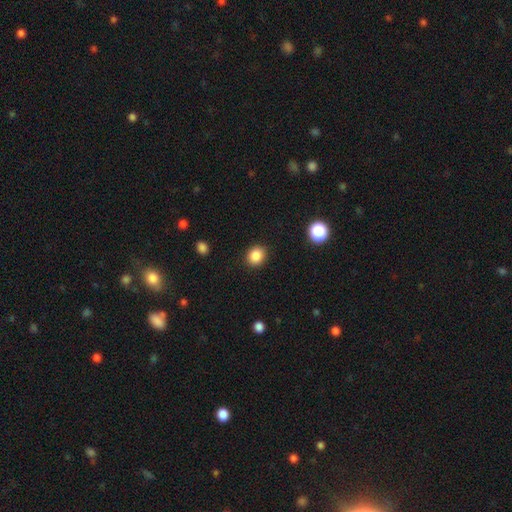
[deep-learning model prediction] smooth-or-featured: smooth: 86% | star or artifact: 10% | featured or disk: 4%
  how-rounded: round: 72% | in between: 27% | cigar-shaped: 1%
  merging: none: 90% | minor disturbance: 7% | major disturbance: 2% | merger: 1%